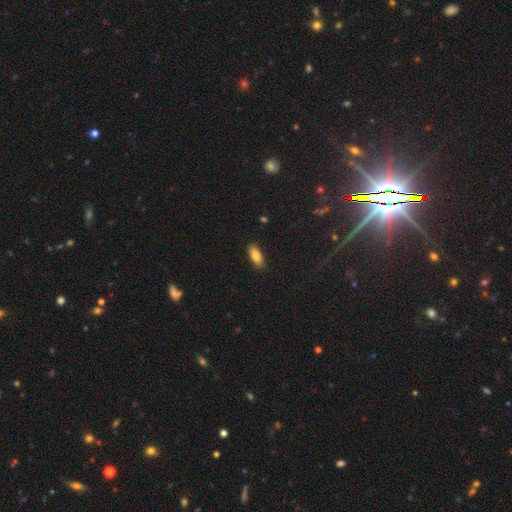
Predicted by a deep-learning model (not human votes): Overall: smooth (83%). How rounded: in between (79%). Merging: none (87%).